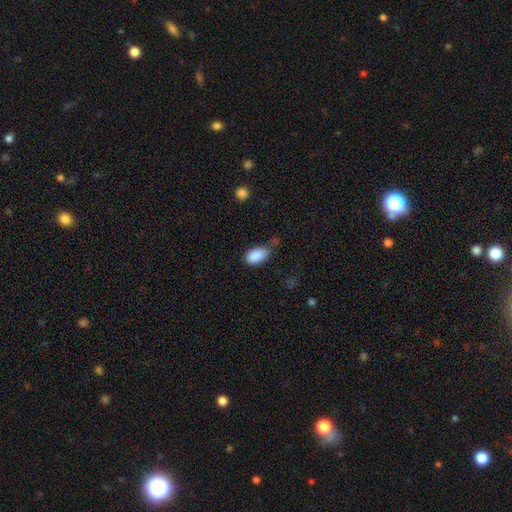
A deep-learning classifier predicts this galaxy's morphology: The model was most divided on "merging": none: 58%, minor disturbance: 28%, major disturbance: 7%, merger: 7%. More confident: how rounded — in between (94%); smooth or featured — smooth (89%).